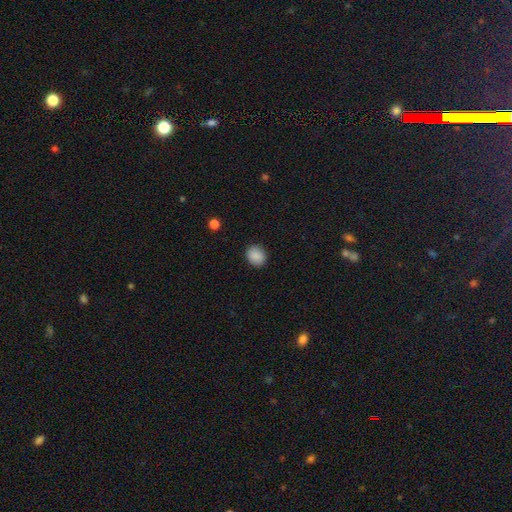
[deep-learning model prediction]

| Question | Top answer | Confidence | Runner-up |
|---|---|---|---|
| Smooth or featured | smooth | 88% | star or artifact (8%) |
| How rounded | round | 64% | in between (35%) |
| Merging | none | 88% | minor disturbance (8%) |